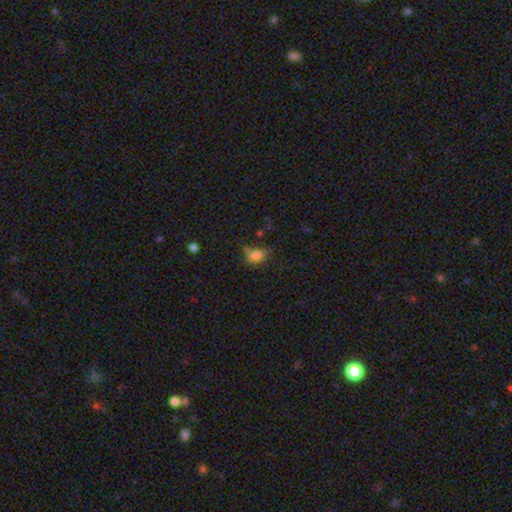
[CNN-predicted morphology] Smooth or featured: smooth — 77% (star or artifact — 13%)
How rounded: in between — 61% (round — 37%)
Merging: none — 49% (minor disturbance — 31%)